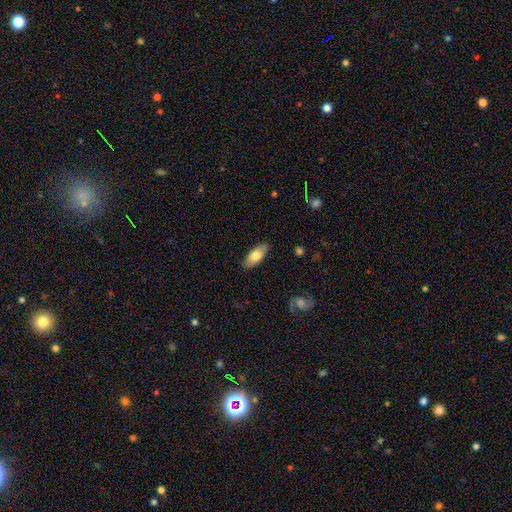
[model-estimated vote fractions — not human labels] Smooth or featured? Predicted: smooth (p=0.76). How rounded? Predicted: in between (p=0.83). Merging? Predicted: none (p=0.88).